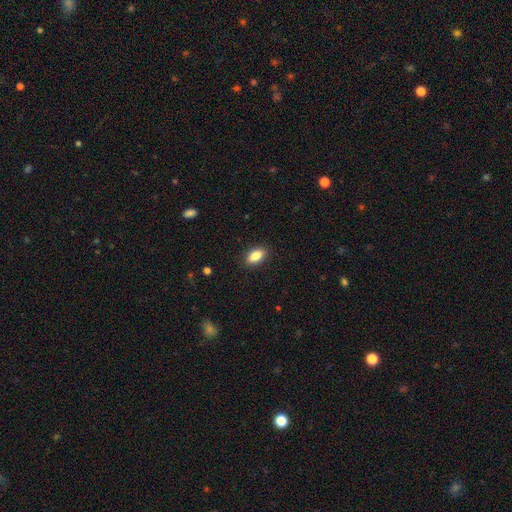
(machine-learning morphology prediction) Smooth or featured: smooth — 85% (star or artifact — 7%)
How rounded: in between — 90% (round — 6%)
Merging: none — 89% (minor disturbance — 8%)